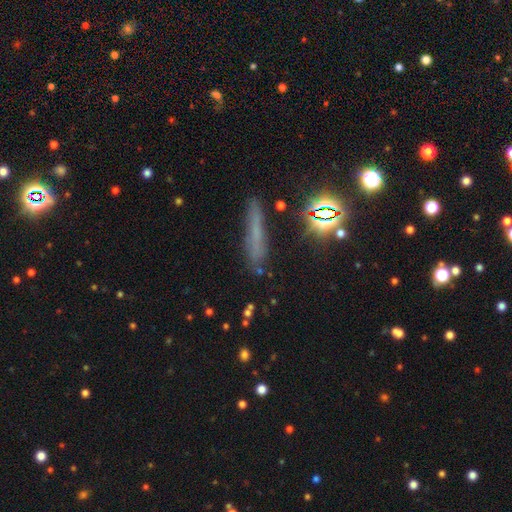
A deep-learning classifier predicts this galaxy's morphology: Q: Smooth or featured?
A: smooth (57%); runner-up: featured or disk (23%)
Q: How rounded?
A: cigar-shaped (86%); runner-up: in between (10%)
Q: Merging?
A: none (69%); runner-up: minor disturbance (19%)